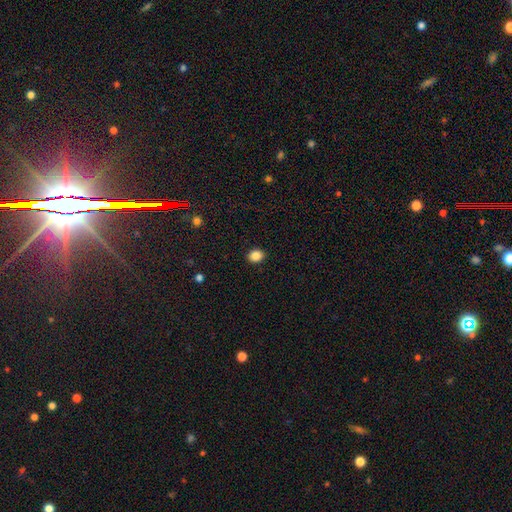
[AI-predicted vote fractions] Smooth or featured? smooth (87%)
How rounded? round (55%)
Merging? none (91%)